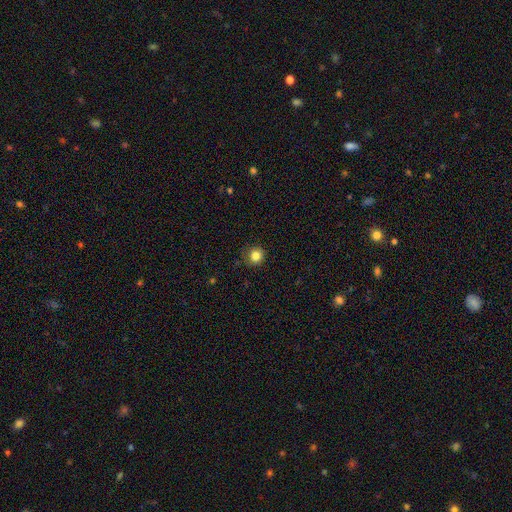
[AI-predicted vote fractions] smooth_or_featured: smooth (p=0.83) [alt: star or artifact p=0.12]
how_rounded: round (p=0.92) [alt: in between p=0.07]
merging: none (p=0.86) [alt: minor disturbance p=0.10]